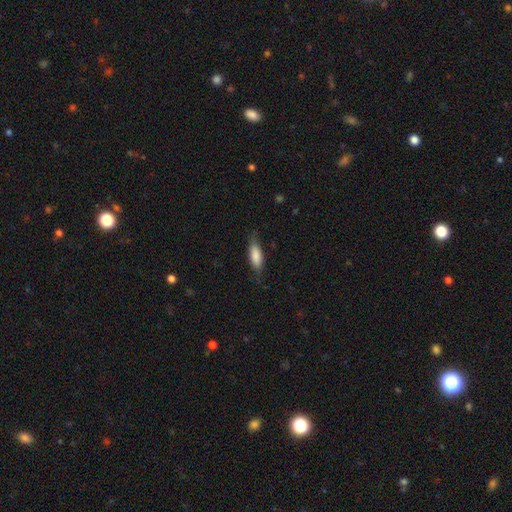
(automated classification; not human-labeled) Smooth or featured? smooth (80%)
How rounded? in between (62%)
Merging? none (73%)